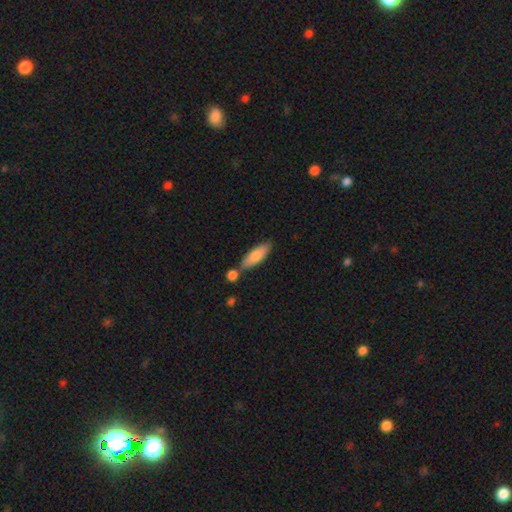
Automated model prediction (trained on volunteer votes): Smooth or featured? Predicted: smooth (p=0.77). How rounded? Predicted: in between (p=0.57). Merging? Predicted: none (p=0.66).